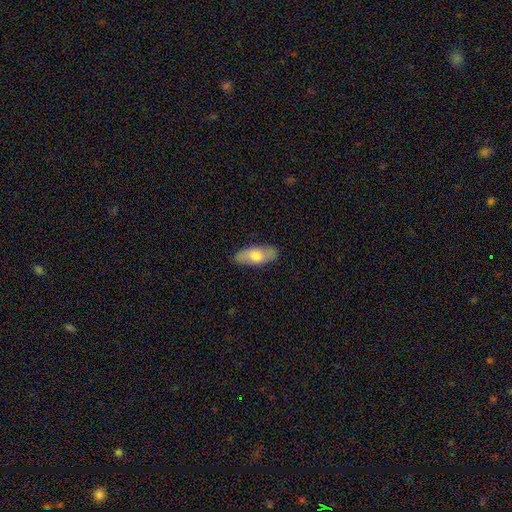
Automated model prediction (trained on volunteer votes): A smooth galaxy with no disk features (67%) that is in between round and cigar-shaped (84%). Merging: none (85%).